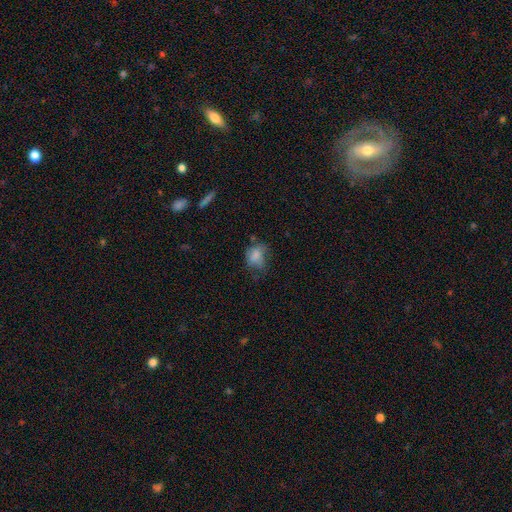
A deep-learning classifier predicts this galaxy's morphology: This appears to be a smooth galaxy with no disk features (71%) that is in between round and cigar-shaped (55%). Merging: none (44%).